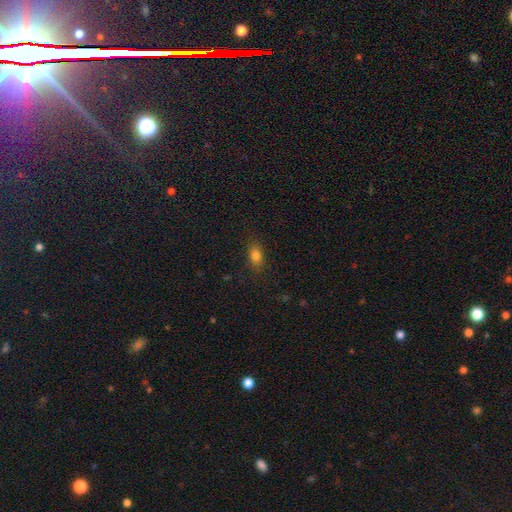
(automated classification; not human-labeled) A smooth galaxy with no disk features (82%) that is in between round and cigar-shaped (83%).

Vote fractions:
- Smooth or featured? smooth: 82% / star or artifact: 11% / featured or disk: 8%
- How rounded? in between: 83% / round: 13% / cigar-shaped: 5%
- Merging? none: 84% / minor disturbance: 12% / major disturbance: 3% / merger: 1%